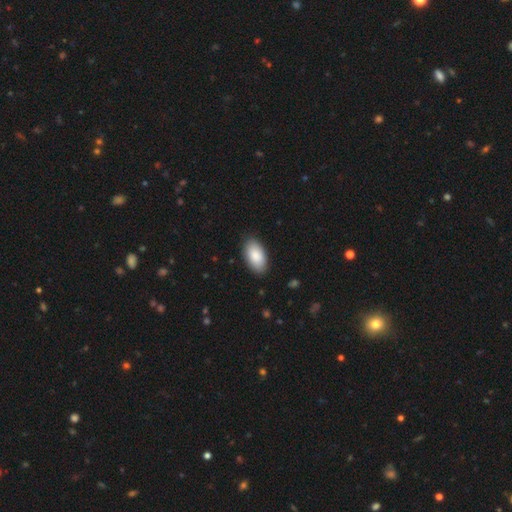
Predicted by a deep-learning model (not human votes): This is clearly a smooth galaxy (88%). How rounded: clearly in between (95%). Merging: clearly none (87%).